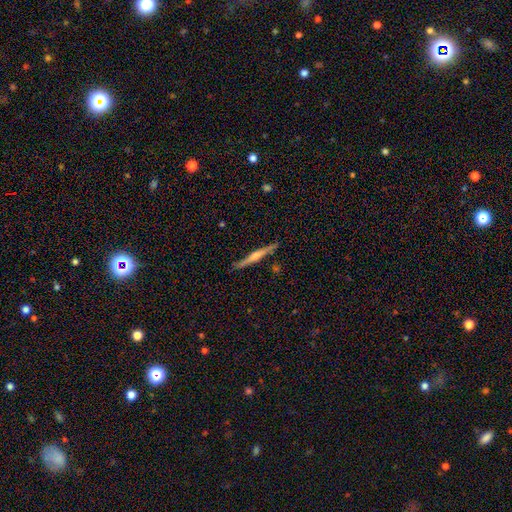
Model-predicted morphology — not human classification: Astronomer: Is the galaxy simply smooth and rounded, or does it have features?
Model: featured or disk — 67%.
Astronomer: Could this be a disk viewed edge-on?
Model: yes — 98%.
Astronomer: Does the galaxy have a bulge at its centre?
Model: rounded — 61%.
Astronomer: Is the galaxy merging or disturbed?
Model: none — 87%.